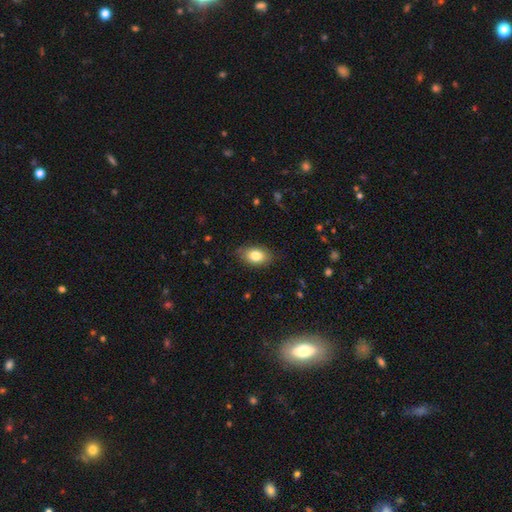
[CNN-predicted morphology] Q: Smooth or featured?
A: smooth (81%); runner-up: featured or disk (11%)
Q: How rounded?
A: in between (86%); runner-up: round (12%)
Q: Merging?
A: none (82%); runner-up: minor disturbance (14%)